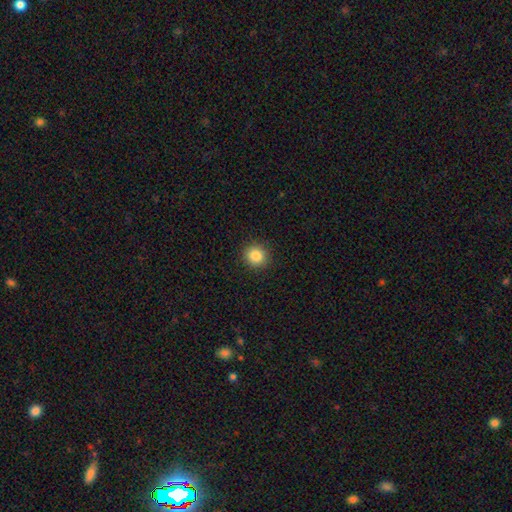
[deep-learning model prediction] smooth-or-featured: smooth: 86% | star or artifact: 10% | featured or disk: 4%
  how-rounded: round: 90% | in between: 9% | cigar-shaped: 1%
  merging: none: 91% | minor disturbance: 6% | major disturbance: 2% | merger: 1%